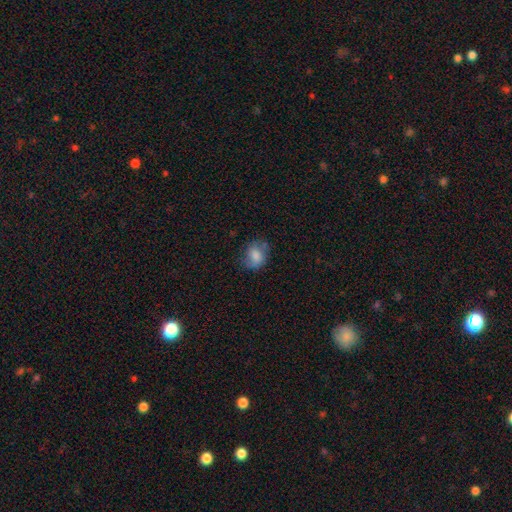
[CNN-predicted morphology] Overall: smooth (74%). How rounded: round (51%; in between 48%). Merging: none (62%; minor disturbance 26%).